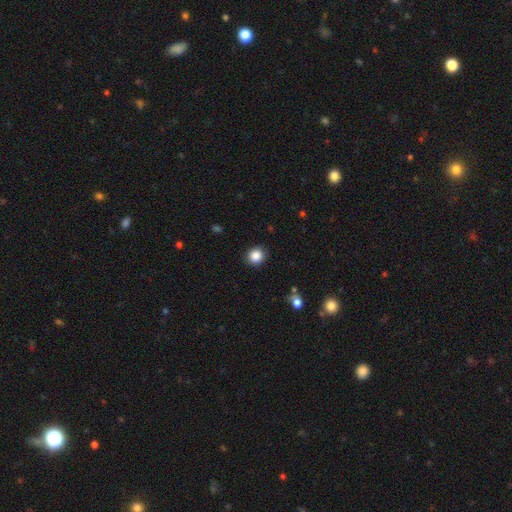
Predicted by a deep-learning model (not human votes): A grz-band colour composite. It shows a smooth galaxy with no disk features (87%) that is round (84%). Merging: none (89%).